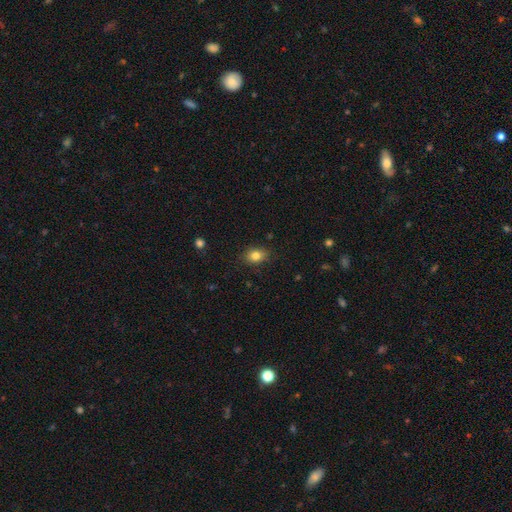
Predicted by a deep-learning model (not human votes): This is clearly a smooth galaxy (82%). How rounded: likely in between (71%). Merging: clearly none (86%).